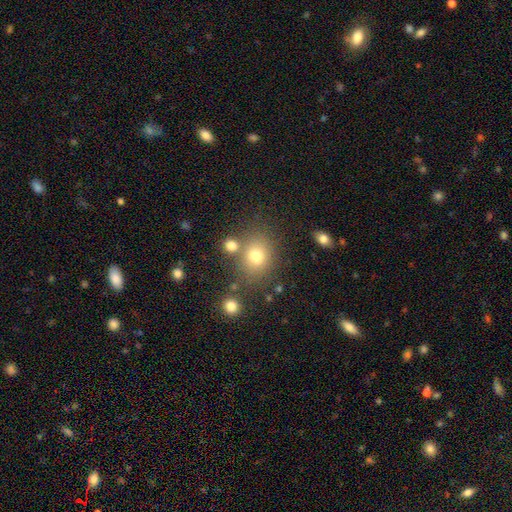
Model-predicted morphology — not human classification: The model was most divided on "how rounded": round: 55%, in between: 44%, cigar-shaped: 1%. More confident: smooth or featured — smooth (75%); merging — none (67%).